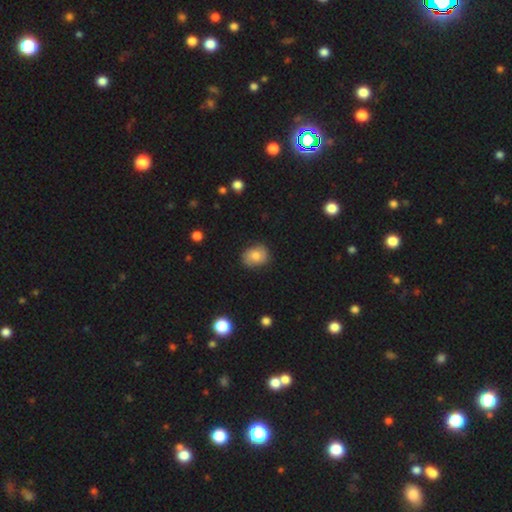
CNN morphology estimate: type=smooth (69%); roundness=round (53%); merging=none (78%).